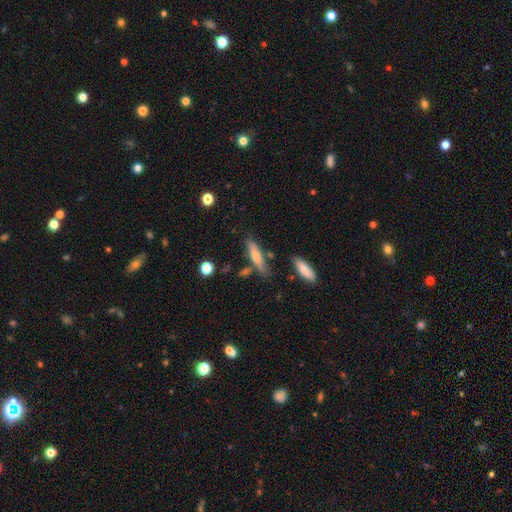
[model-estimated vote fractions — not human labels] Smooth or featured: smooth — 56% (featured or disk — 36%)
How rounded: cigar-shaped — 79% (in between — 19%)
Merging: none — 70% (minor disturbance — 17%)